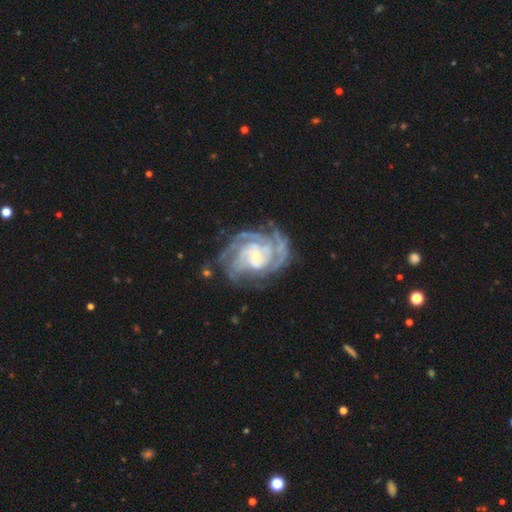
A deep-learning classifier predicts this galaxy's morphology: Smooth or featured?
  - featured or disk: 90% *
  - star or artifact: 5%
  - smooth: 5%
Edge-on disk?
  - no: 98% *
  - yes: 2%
Bar?
  - no: 61% *
  - weak: 29%
  - strong: 10%
Spiral arms?
  - yes: 97% *
  - no: 3%
Spiral winding?
  - tight: 69% *
  - medium: 27%
  - loose: 4%
Spiral arm count?
  - 4: 25% *
  - 3: 24%
  - can't tell: 22%
  - 2: 14%
  - more than 4: 9%
  - 1: 6%
Bulge size?
  - small: 70% *
  - moderate: 23%
  - none: 3%
  - large: 3%
  - dominant: 1%
Merging?
  - none: 69% *
  - minor disturbance: 19%
  - major disturbance: 10%
  - merger: 2%